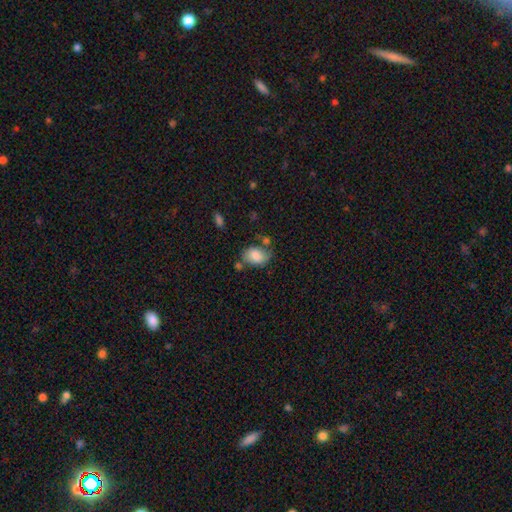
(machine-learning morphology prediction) Smooth or featured: smooth — 81% (featured or disk — 11%)
How rounded: in between — 76% (round — 22%)
Merging: none — 55% (minor disturbance — 23%)